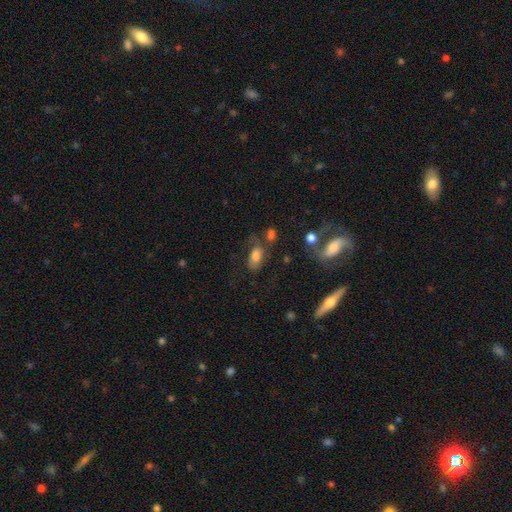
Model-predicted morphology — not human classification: smooth_or_featured: smooth (p=0.72) [alt: featured or disk p=0.17]
how_rounded: in between (p=0.88) [alt: round p=0.08]
merging: none (p=0.44) [alt: minor disturbance p=0.23]